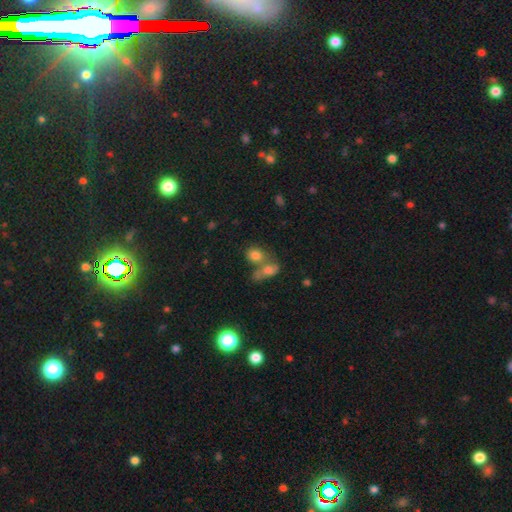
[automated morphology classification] Smooth or featured: smooth — 77% (featured or disk — 12%)
How rounded: in between — 50% (round — 49%)
Merging: merger — 51% (none — 34%)